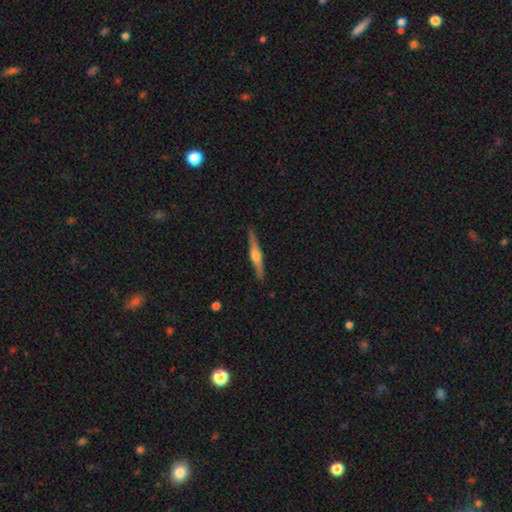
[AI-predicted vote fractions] Q: Smooth or featured?
A: featured or disk (71%); runner-up: smooth (23%)
Q: Edge-on disk?
A: yes (98%); runner-up: no (2%)
Q: Edge-on bulge?
A: rounded (91%); runner-up: boxy (6%)
Q: Merging?
A: none (90%); runner-up: minor disturbance (8%)